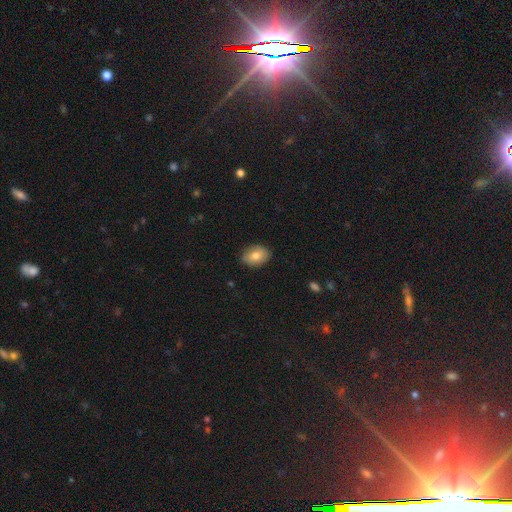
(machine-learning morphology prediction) Overall: smooth (77%). How rounded: in between (76%). Merging: none (85%).